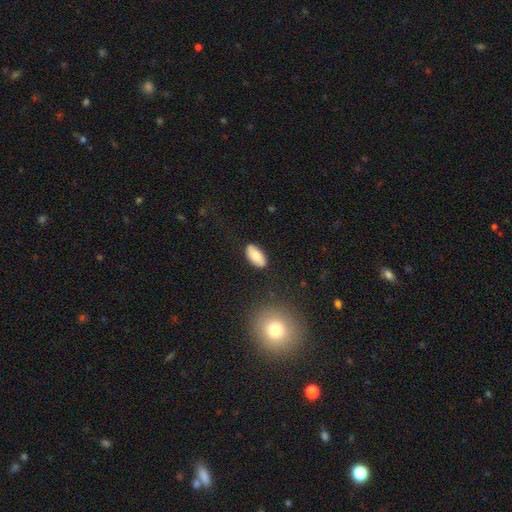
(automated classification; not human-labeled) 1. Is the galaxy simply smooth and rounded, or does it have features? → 78% smooth, 15% featured or disk, 7% star or artifact.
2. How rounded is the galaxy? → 92% in between, 5% cigar-shaped, 3% round.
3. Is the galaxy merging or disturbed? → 85% none, 11% minor disturbance, 2% major disturbance, 2% merger.